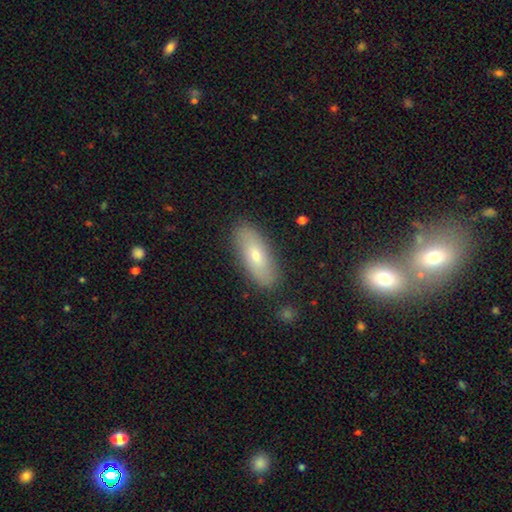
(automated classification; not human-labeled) Smooth or featured? smooth (63%)
How rounded? in between (75%)
Merging? none (87%)